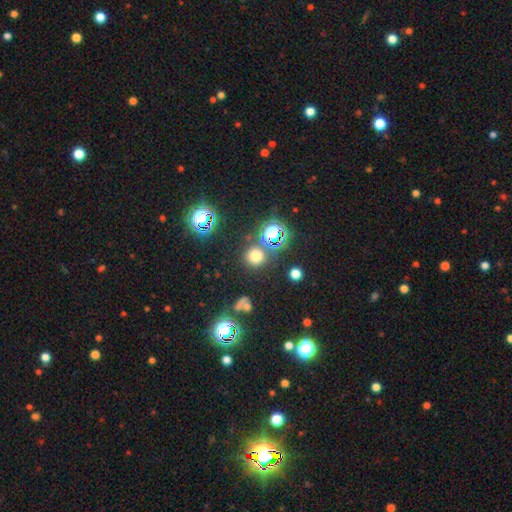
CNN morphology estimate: The model was most divided on "smooth or featured": smooth: 64%, star or artifact: 29%, featured or disk: 7%. More confident: how rounded — round (93%); merging — none (80%).